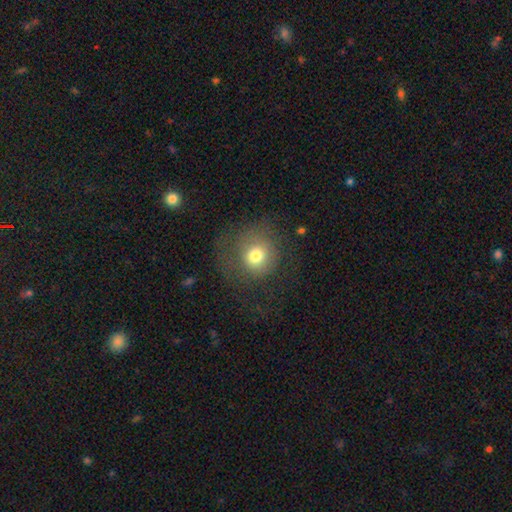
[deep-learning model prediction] A smooth galaxy with no disk features (73%) that is round (89%). Merging: none (61%).